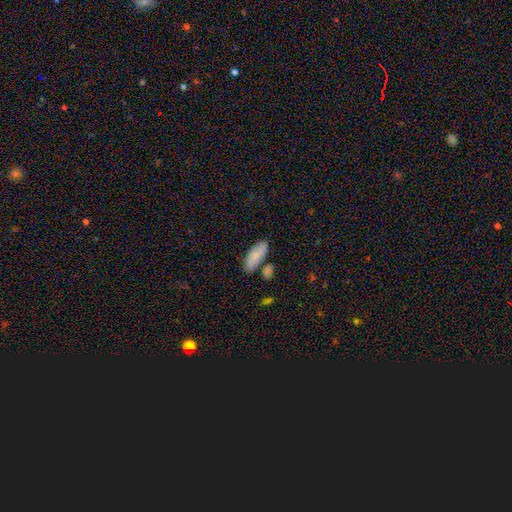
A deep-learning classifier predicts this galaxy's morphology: type=smooth (81%); roundness=in between (79%); merging=none (68%).